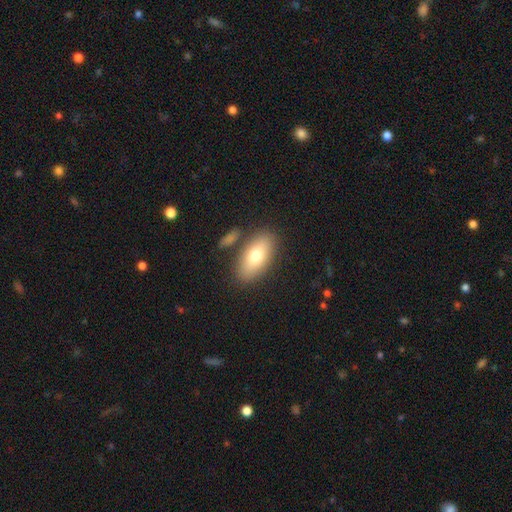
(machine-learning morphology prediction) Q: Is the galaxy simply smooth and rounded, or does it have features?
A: smooth — 73%.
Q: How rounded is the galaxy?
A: in between — 89%.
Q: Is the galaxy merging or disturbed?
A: none — 79%.